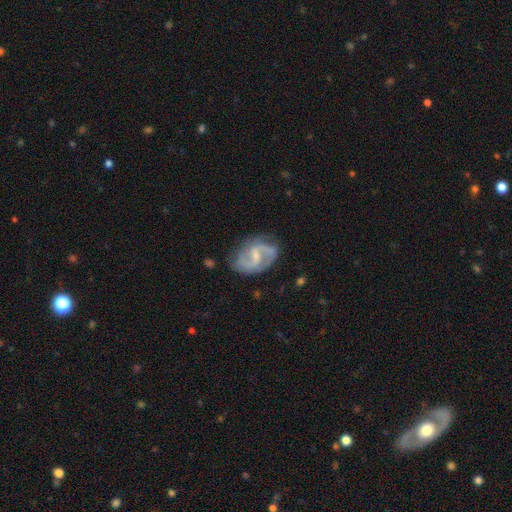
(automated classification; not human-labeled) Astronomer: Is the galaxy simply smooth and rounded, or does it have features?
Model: featured or disk — 84%.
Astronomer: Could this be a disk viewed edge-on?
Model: no — 98%.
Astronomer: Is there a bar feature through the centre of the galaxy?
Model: weak — 59%.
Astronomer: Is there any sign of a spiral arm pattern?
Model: yes — 95%.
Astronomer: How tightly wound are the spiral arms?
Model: medium — 51% (runner-up: loose, 30%).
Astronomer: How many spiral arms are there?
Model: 2 — 86%.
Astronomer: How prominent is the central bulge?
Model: small — 49% (runner-up: moderate, 29%).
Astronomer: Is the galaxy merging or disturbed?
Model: none — 67%.